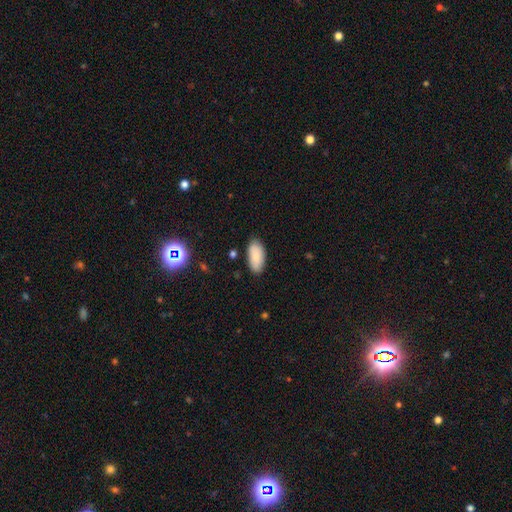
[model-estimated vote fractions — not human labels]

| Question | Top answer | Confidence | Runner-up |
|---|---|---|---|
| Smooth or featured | smooth | 86% | featured or disk (7%) |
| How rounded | in between | 92% | cigar-shaped (6%) |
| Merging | none | 84% | minor disturbance (12%) |